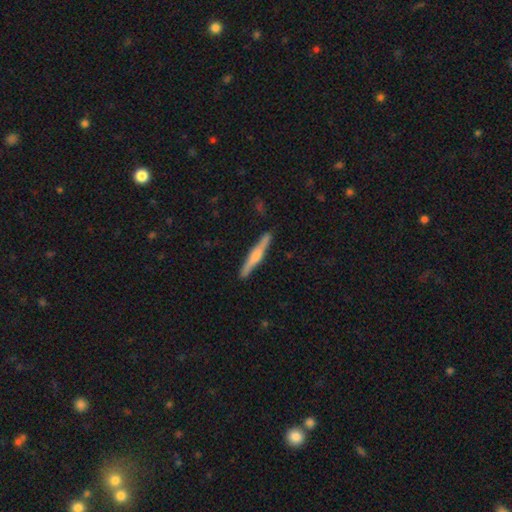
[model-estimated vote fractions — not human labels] featured or disk 59%, smooth 36%, star or artifact 5%. Down the decision tree: edge-on disk — yes (97%); edge-on bulge — rounded (76%); merging — none (90%).